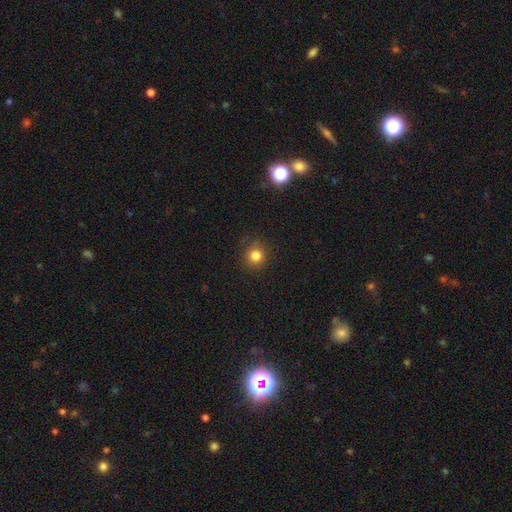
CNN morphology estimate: type=smooth (81%); roundness=round (91%); merging=none (87%).